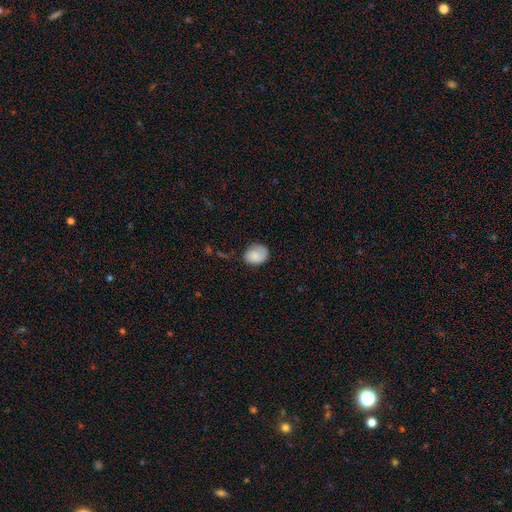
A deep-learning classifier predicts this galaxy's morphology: Q: Smooth or featured?
A: smooth (81%); runner-up: featured or disk (11%)
Q: How rounded?
A: in between (52%); runner-up: round (47%)
Q: Merging?
A: none (65%); runner-up: minor disturbance (25%)